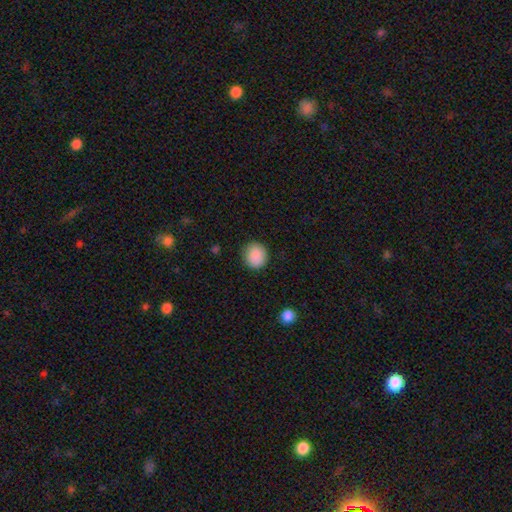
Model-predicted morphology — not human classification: A smooth galaxy with no disk features (89%) that is round (85%).

Vote fractions:
- Smooth or featured? smooth: 89% / star or artifact: 8% / featured or disk: 3%
- How rounded? round: 85% / in between: 15% / cigar-shaped: 1%
- Merging? none: 88% / minor disturbance: 8% / major disturbance: 2% / merger: 1%